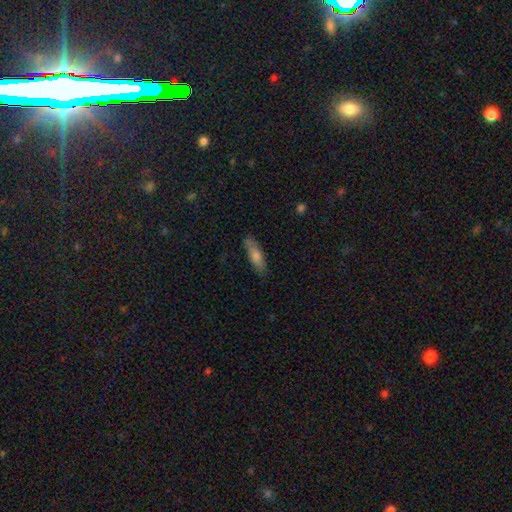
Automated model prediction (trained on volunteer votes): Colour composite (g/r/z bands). It shows a smooth galaxy with no disk features (69%) that is cigar-shaped (63%). Merging: none (83%).